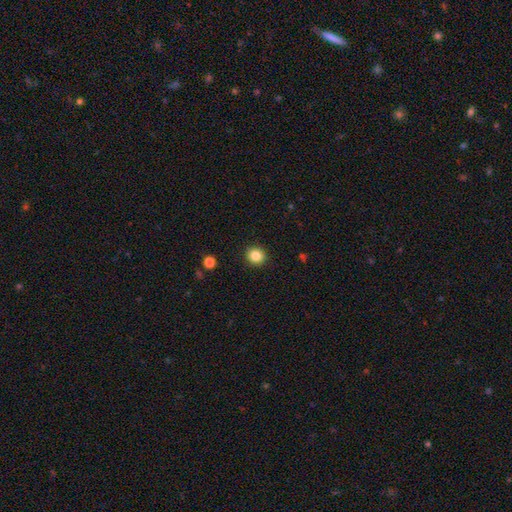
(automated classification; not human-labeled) This is clearly a smooth galaxy (85%). How rounded: clearly round (87%). Merging: clearly none (92%).